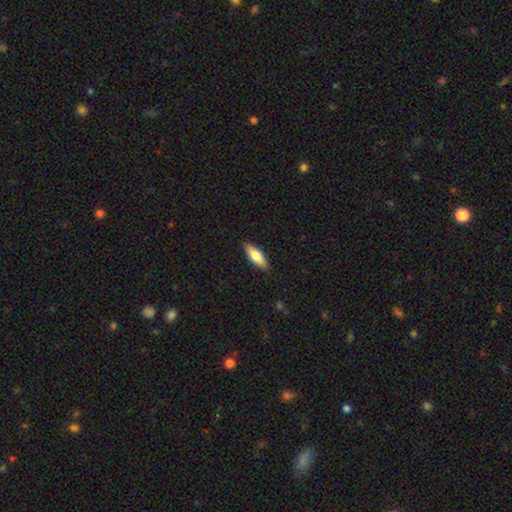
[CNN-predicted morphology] Smooth or featured?
  - smooth: 75% *
  - featured or disk: 20%
  - star or artifact: 6%
How rounded?
  - in between: 66% *
  - cigar-shaped: 32%
  - round: 2%
Merging?
  - none: 87% *
  - minor disturbance: 11%
  - major disturbance: 2%
  - merger: 1%